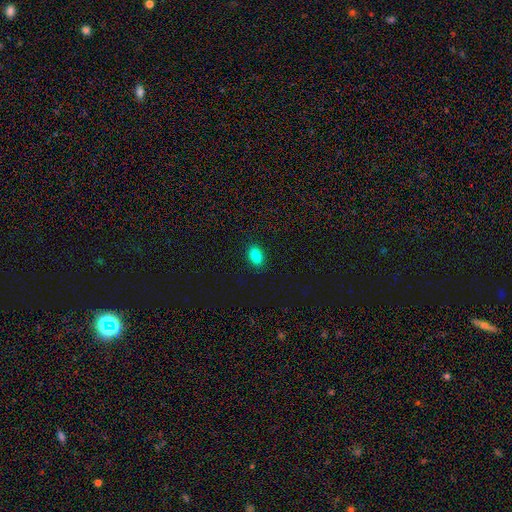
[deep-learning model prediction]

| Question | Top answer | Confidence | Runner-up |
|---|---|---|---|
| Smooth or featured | smooth | 86% | star or artifact (10%) |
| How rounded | in between | 87% | round (11%) |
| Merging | none | 90% | minor disturbance (8%) |